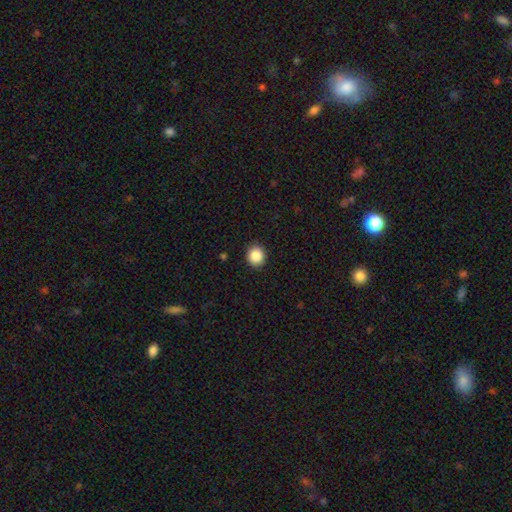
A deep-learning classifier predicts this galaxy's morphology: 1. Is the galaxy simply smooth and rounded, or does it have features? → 87% smooth, 9% star or artifact, 4% featured or disk.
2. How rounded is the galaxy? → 86% round, 13% in between, 1% cigar-shaped.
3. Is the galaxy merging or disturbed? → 91% none, 6% minor disturbance, 2% major disturbance, 1% merger.